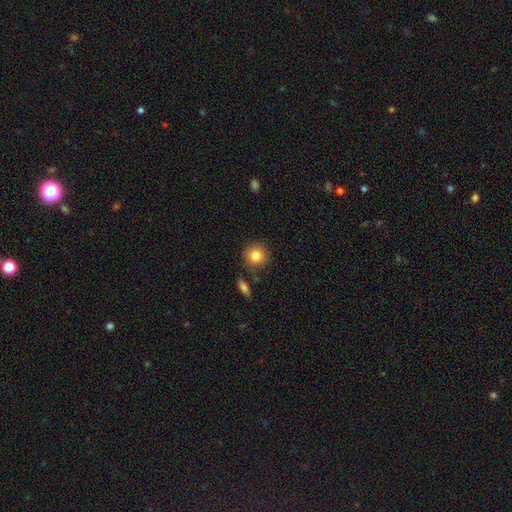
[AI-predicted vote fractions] smooth-or-featured: smooth: 84% | star or artifact: 9% | featured or disk: 8%
  how-rounded: round: 92% | in between: 7% | cigar-shaped: 1%
  merging: none: 86% | minor disturbance: 8% | merger: 4% | major disturbance: 2%